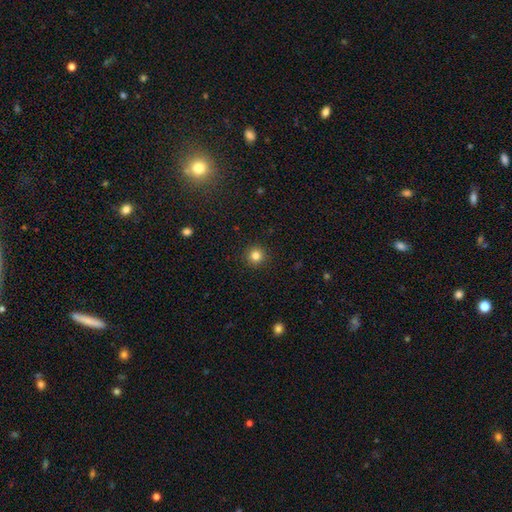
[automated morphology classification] This is clearly a smooth galaxy (83%). How rounded: clearly round (95%). Merging: clearly none (93%).